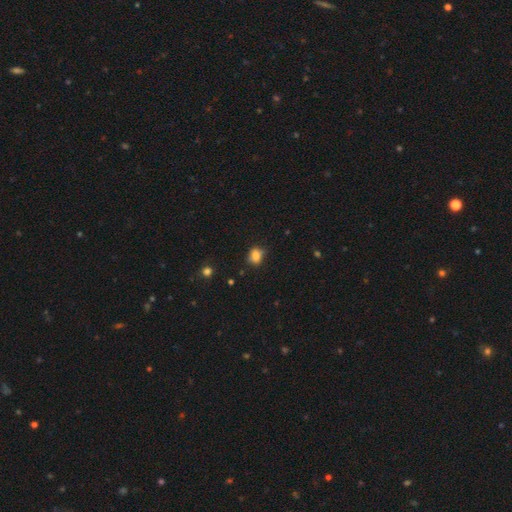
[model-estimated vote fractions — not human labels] smooth 79%, star or artifact 12%, featured or disk 10%. Down the decision tree: how rounded — round (56%); merging — none (63%).